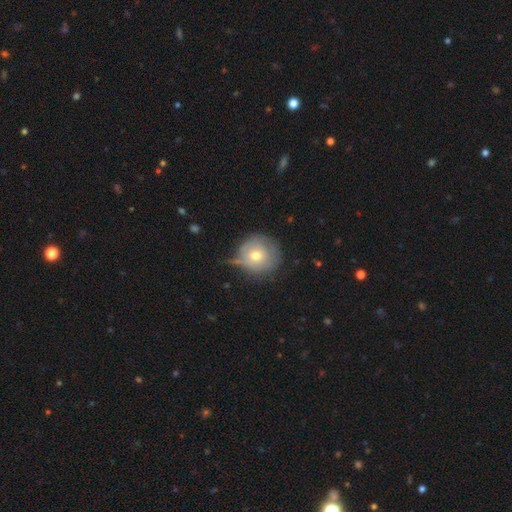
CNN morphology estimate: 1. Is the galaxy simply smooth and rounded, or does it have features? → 63% smooth, 28% featured or disk, 9% star or artifact.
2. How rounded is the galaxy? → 92% round, 7% in between, 1% cigar-shaped.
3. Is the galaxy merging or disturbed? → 59% none, 27% minor disturbance, 10% major disturbance, 5% merger.